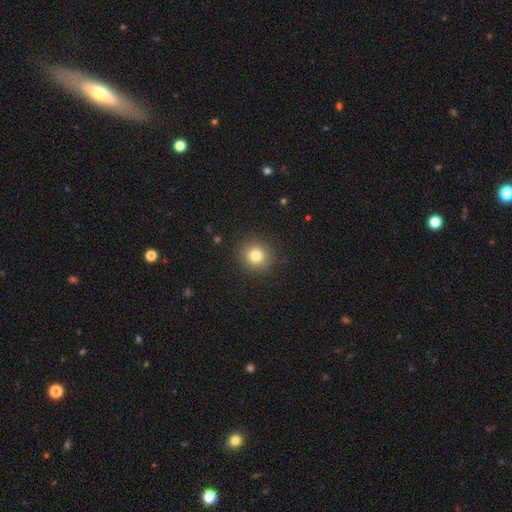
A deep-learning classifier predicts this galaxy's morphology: smooth 81%, star or artifact 12%, featured or disk 7%. Down the decision tree: how rounded — round (90%); merging — none (90%).